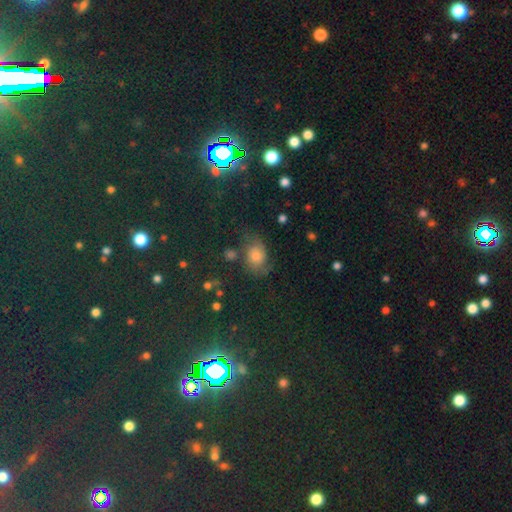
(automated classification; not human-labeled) Overall: smooth (47%; star or artifact 29%). Merging: none (63%).